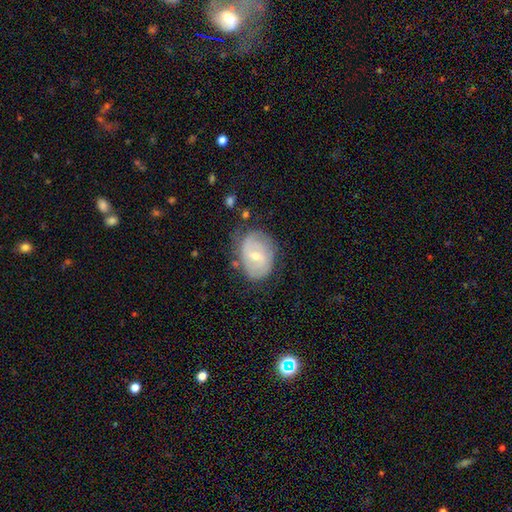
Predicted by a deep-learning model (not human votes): Smooth or featured: featured or disk — 69% (smooth — 24%)
Edge-on disk: no — 96% (yes — 4%)
Bar: weak — 55% (no — 30%)
Spiral arms: yes — 79% (no — 21%)
Spiral winding: tight — 52% (medium — 34%)
Spiral arm count: 2 — 49% (can't tell — 34%)
Bulge size: moderate — 50% (small — 47%)
Merging: none — 65% (minor disturbance — 25%)